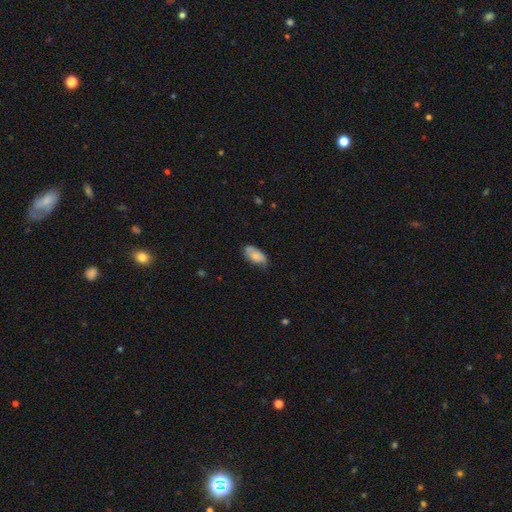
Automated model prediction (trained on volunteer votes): smooth-or-featured: smooth: 73% | featured or disk: 20% | star or artifact: 7%
  how-rounded: in between: 92% | cigar-shaped: 5% | round: 3%
  merging: none: 53% | minor disturbance: 36% | major disturbance: 9% | merger: 2%